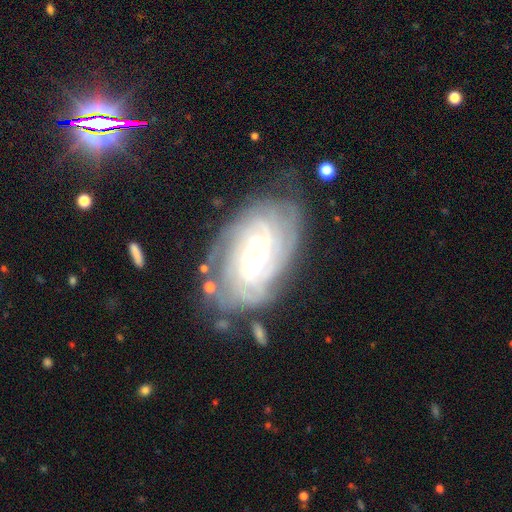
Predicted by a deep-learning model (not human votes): Overall: featured or disk (85%). Edge-on disk: no (96%). Bar: no (69%). Spiral arms: yes (96%). Spiral arm count: can't tell (33%; 4 24%). Spiral winding: tight (78%). Bulge size: small (70%). Merging: none (72%).